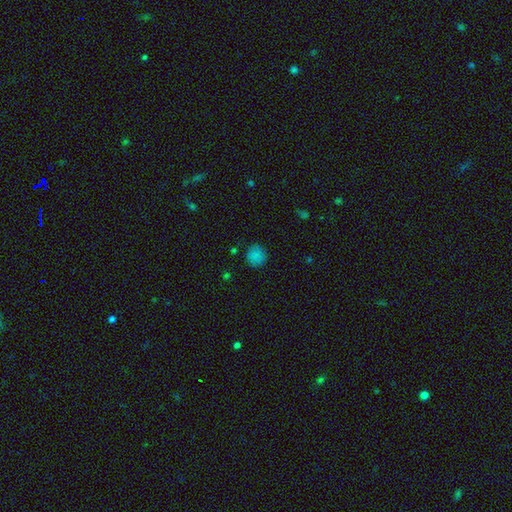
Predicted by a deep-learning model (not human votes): A smooth galaxy with no disk features (82%) that is round (90%). Merging: none (85%).